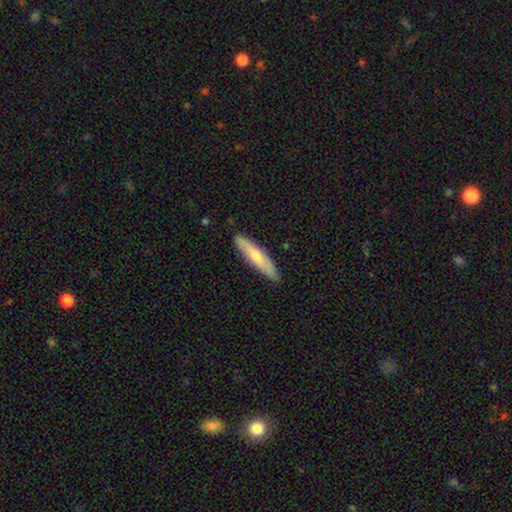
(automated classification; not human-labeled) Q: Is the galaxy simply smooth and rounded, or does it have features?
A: smooth — 64%.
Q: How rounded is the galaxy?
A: cigar-shaped — 83%.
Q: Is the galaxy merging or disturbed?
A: none — 87%.